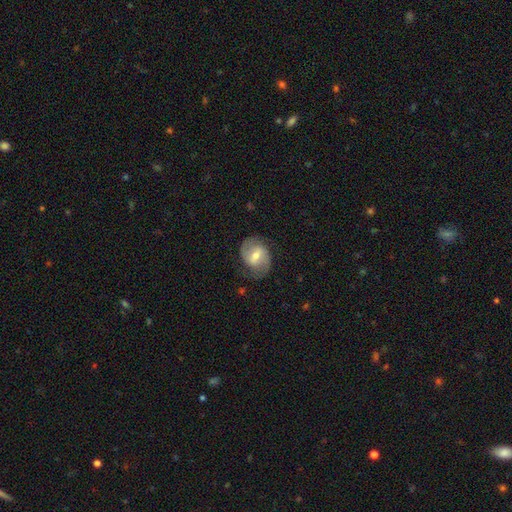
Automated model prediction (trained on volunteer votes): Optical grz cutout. It shows a featured or disk galaxy (70%) with a weak bar (49%), 2 (87%) medium (50%) spiral arms (87%) and a moderate central bulge (56%). Merging: none (73%).